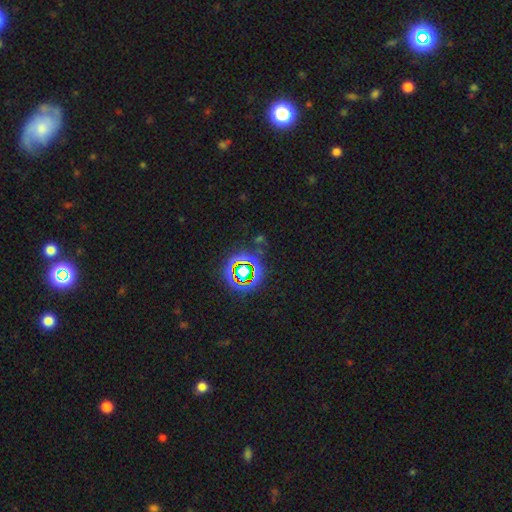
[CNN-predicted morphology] type=star or artifact (53%).